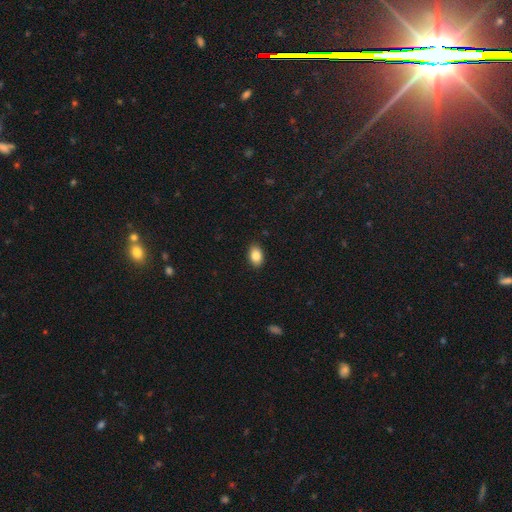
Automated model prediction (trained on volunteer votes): A smooth galaxy with no disk features (84%) that is in between round and cigar-shaped (87%).

Vote fractions:
- Smooth or featured? smooth: 84% / star or artifact: 8% / featured or disk: 8%
- How rounded? in between: 87% / round: 12% / cigar-shaped: 1%
- Merging? none: 90% / minor disturbance: 8% / major disturbance: 2% / merger: 1%